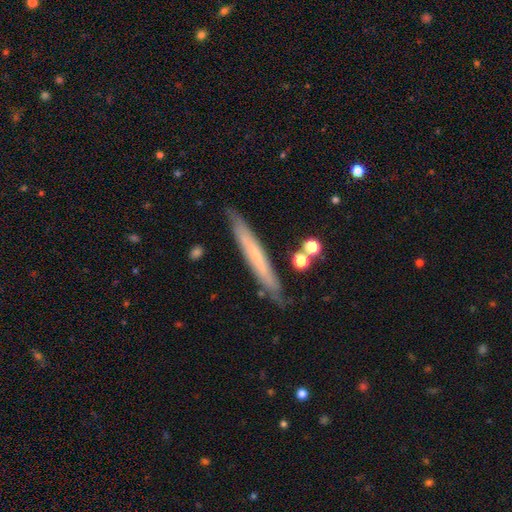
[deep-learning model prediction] Overall: featured or disk (47%; smooth 46%). Merging: none (83%).